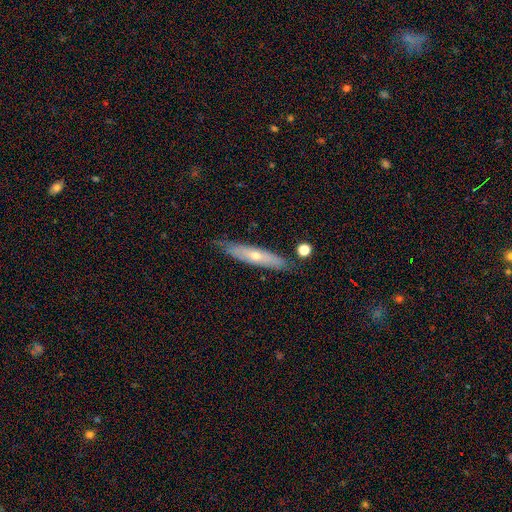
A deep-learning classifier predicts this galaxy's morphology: Smooth or featured? Predicted: featured or disk (p=0.49). Merging? Predicted: none (p=0.77).